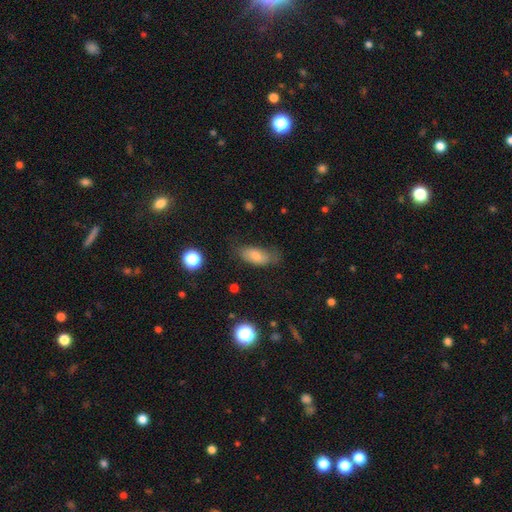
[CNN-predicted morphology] This is likely a smooth galaxy (68%). How rounded: clearly in between (82%). Merging: likely none (65%).